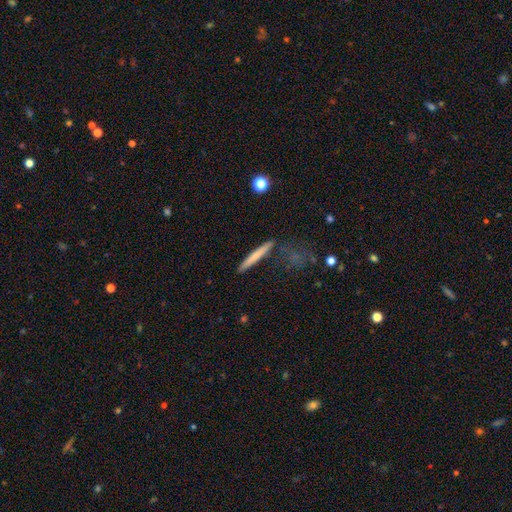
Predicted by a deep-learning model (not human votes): Smooth or featured? smooth (67%)
How rounded? cigar-shaped (95%)
Merging? none (83%)